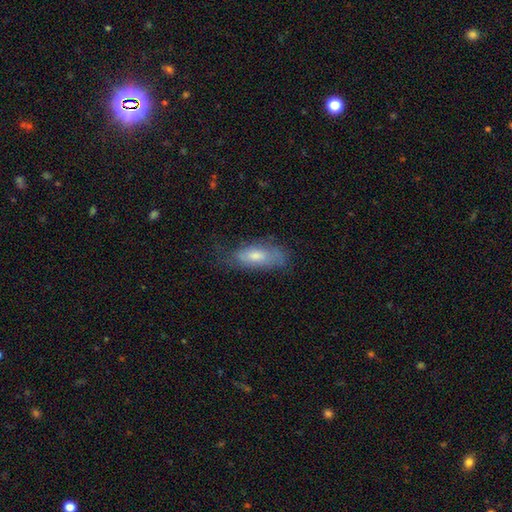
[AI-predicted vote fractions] Morphology: type=smooth (58%); roundness=in between (73%); merging=none (58%).